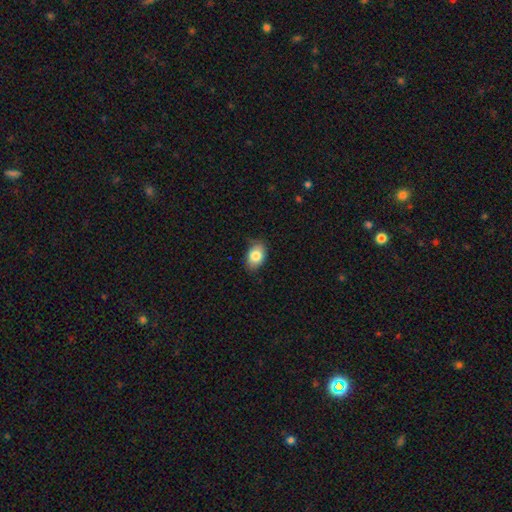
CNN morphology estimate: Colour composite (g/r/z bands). It shows a smooth galaxy with no disk features (83%) that is in between round and cigar-shaped (83%). Merging: none (78%).